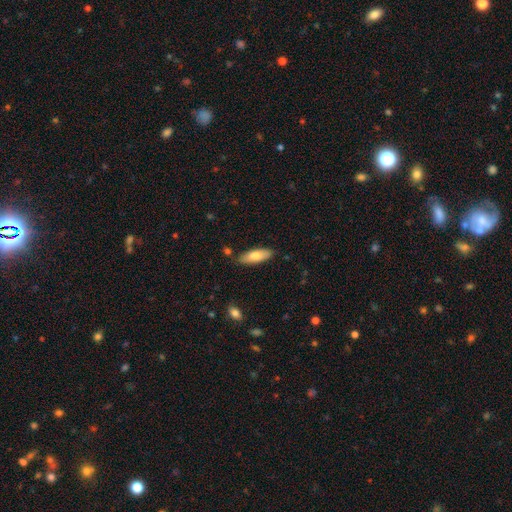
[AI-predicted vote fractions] Smooth or featured?
  - smooth: 77% *
  - featured or disk: 17%
  - star or artifact: 6%
How rounded?
  - in between: 63% *
  - cigar-shaped: 35%
  - round: 2%
Merging?
  - none: 82% *
  - minor disturbance: 14%
  - major disturbance: 2%
  - merger: 2%